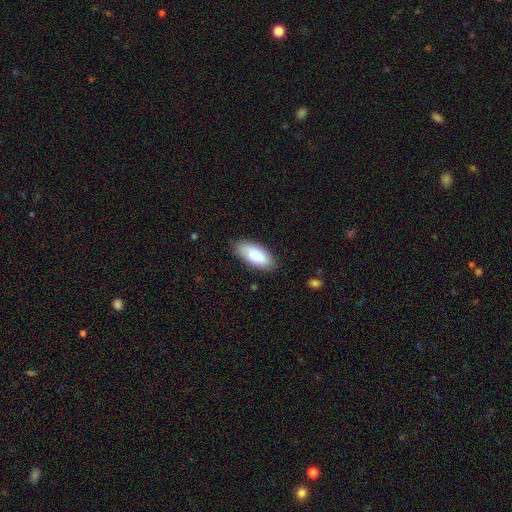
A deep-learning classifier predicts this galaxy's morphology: A smooth galaxy with no disk features (81%) that is in between round and cigar-shaped (87%). Merging: none (85%).